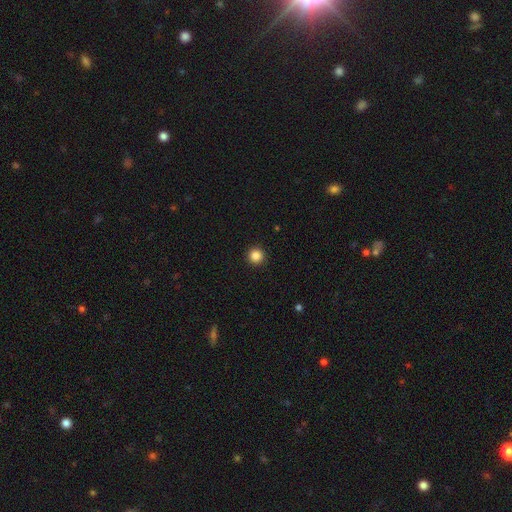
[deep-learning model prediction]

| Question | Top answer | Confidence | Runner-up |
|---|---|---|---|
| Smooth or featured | smooth | 85% | star or artifact (11%) |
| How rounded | round | 96% | in between (3%) |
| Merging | none | 94% | minor disturbance (4%) |